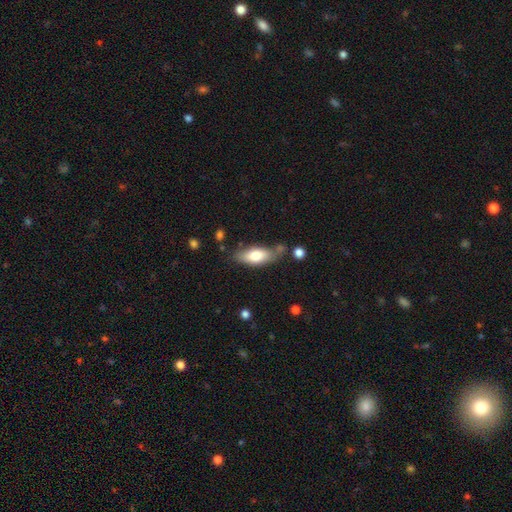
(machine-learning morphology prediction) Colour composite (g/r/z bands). It shows a smooth galaxy with no disk features (73%) that is in between round and cigar-shaped (75%). Merging: none (66%).